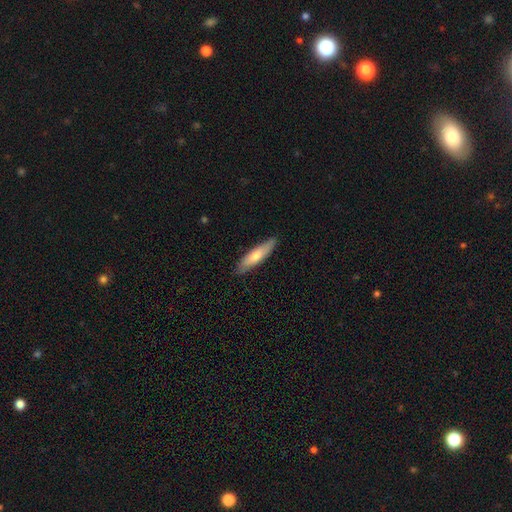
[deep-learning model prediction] smooth 68%, featured or disk 27%, star or artifact 5%. Down the decision tree: how rounded — cigar-shaped (73%); merging — none (86%).